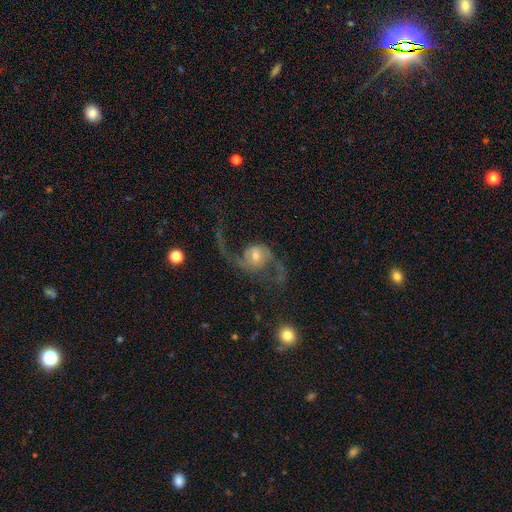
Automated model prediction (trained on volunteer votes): The model was most divided on "bulge size": small: 46%, moderate: 44%, large: 6%, dominant: 2%, none: 2%. More confident: edge-on disk — no (97%); spiral arms — yes (96%); spiral arm count — 2 (91%); smooth or featured — featured or disk (86%); spiral winding — loose (75%); bar — no (62%); merging — none (57%).